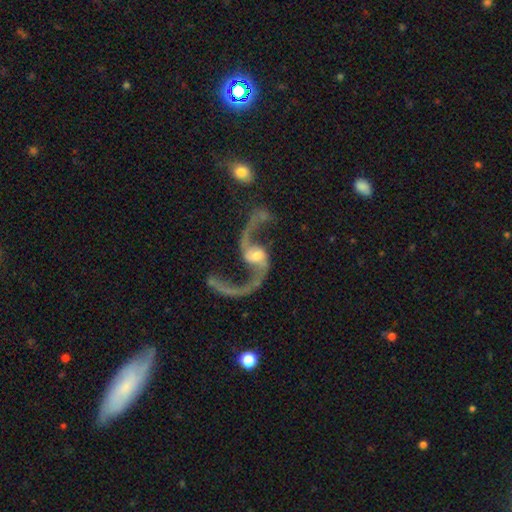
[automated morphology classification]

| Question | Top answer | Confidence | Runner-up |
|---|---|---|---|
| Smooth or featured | featured or disk | 93% | star or artifact (4%) |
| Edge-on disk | no | 97% | yes (3%) |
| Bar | weak | 46% | no (36%) |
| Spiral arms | yes | 98% | no (2%) |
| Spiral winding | loose | 91% | medium (7%) |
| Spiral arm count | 2 | 94% | 1 (2%) |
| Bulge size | small | 40% | moderate (39%) |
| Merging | none | 68% | major disturbance (13%) |